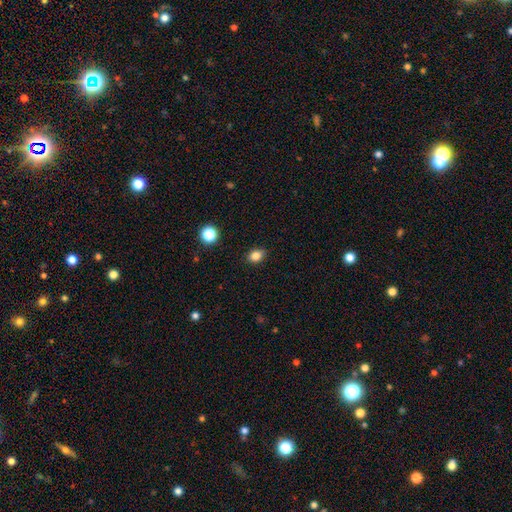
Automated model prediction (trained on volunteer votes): Overall: smooth (82%). How rounded: in between (64%; round 34%). Merging: none (85%).